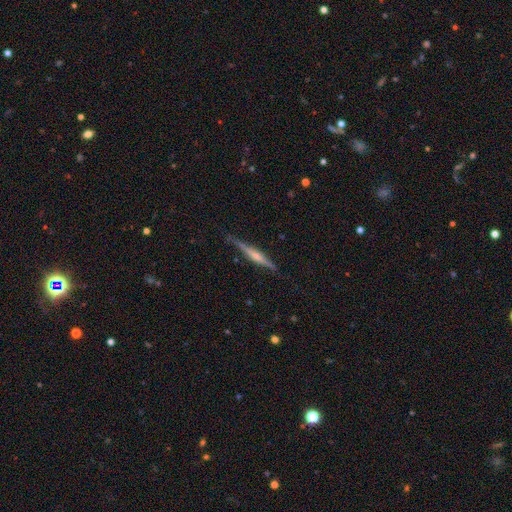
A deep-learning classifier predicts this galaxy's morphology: This appears to be a featured or disk galaxy (71%) viewed edge-on (97%) with a rounded central bulge (66%). Merging: none (82%).